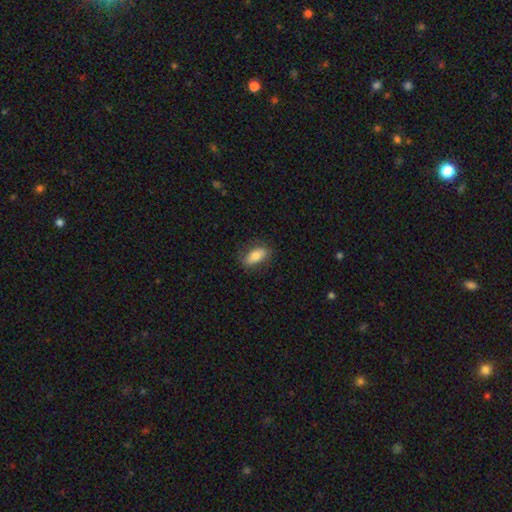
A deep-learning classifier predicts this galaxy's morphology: Smooth or featured: smooth — 75% (featured or disk — 18%)
How rounded: in between — 85% (cigar-shaped — 10%)
Merging: none — 79% (minor disturbance — 15%)